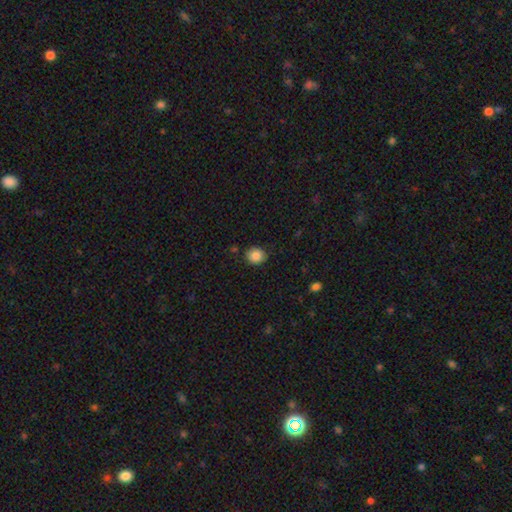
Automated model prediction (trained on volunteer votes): Q: Smooth or featured?
A: smooth (85%); runner-up: star or artifact (9%)
Q: How rounded?
A: round (77%); runner-up: in between (22%)
Q: Merging?
A: none (86%); runner-up: minor disturbance (10%)